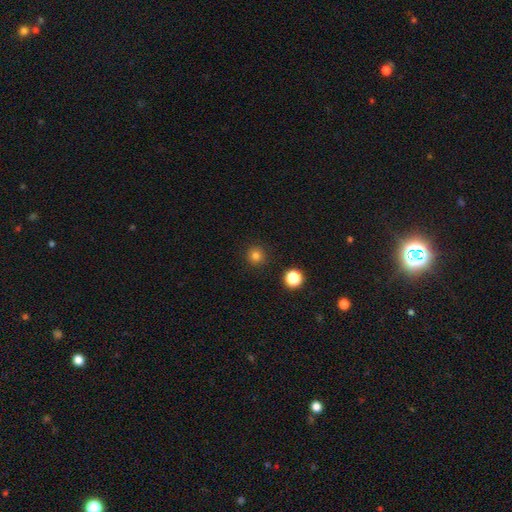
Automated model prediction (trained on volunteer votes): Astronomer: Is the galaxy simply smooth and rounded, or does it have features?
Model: smooth — 80%.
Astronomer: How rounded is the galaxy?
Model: round — 95%.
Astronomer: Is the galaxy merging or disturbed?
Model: none — 91%.